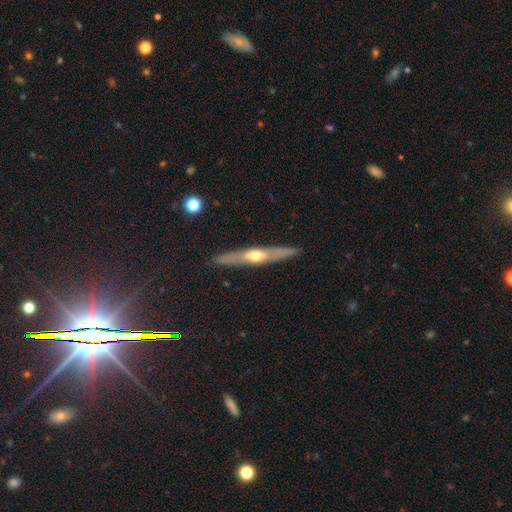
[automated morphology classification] This appears to be a featured or disk galaxy (61%) viewed edge-on (89%) with a rounded central bulge (86%). Merging: none (89%).